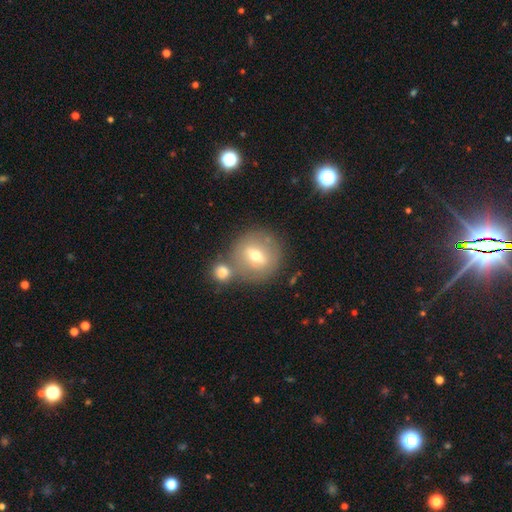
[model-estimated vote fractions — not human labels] Smooth or featured?
  - featured or disk: 39% *
  - smooth: 34%
  - star or artifact: 27%
Merging?
  - none: 68% *
  - merger: 17%
  - minor disturbance: 10%
  - major disturbance: 4%